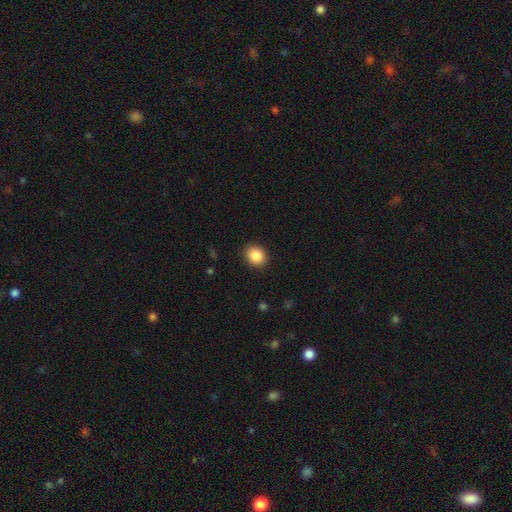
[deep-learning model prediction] smooth 87%, star or artifact 9%, featured or disk 4%. Down the decision tree: how rounded — round (71%); merging — none (90%).